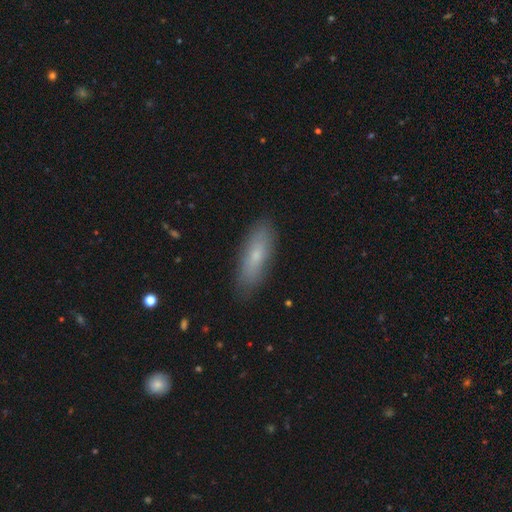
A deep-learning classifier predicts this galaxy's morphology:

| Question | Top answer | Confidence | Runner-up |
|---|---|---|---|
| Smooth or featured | smooth | 69% | featured or disk (24%) |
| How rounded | in between | 56% | cigar-shaped (42%) |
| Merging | none | 85% | minor disturbance (12%) |